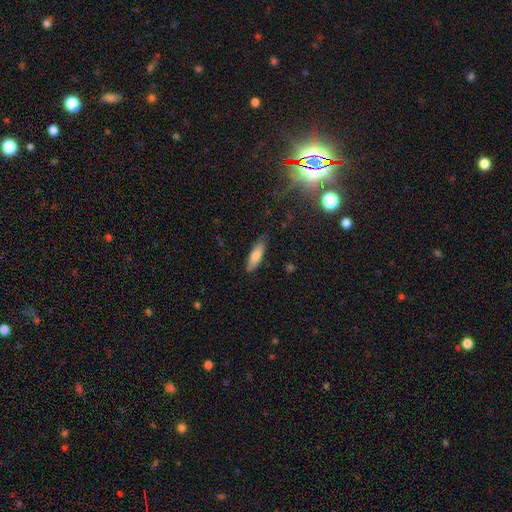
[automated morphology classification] This is likely a smooth galaxy (73%). How rounded: possibly cigar-shaped (56%). Merging: clearly none (83%).